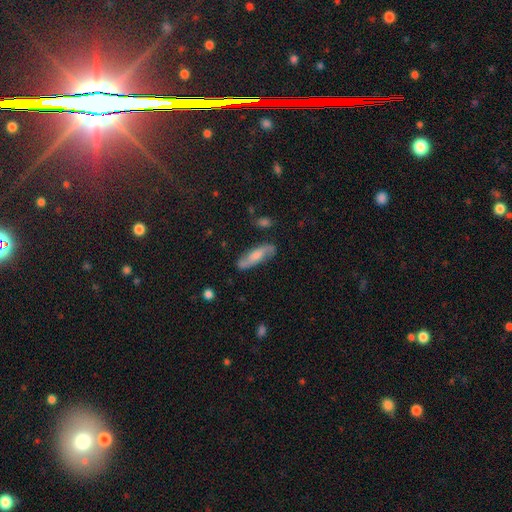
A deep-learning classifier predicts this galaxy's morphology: smooth_or_featured: featured or disk (p=0.47) [tied with: smooth p=0.47]
merging: none (p=0.77) [alt: minor disturbance p=0.16]